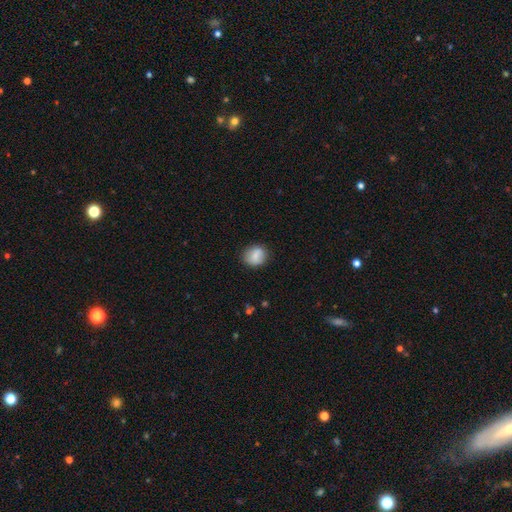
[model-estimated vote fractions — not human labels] smooth_or_featured: smooth (p=0.79) [alt: featured or disk p=0.13]
how_rounded: round (p=0.70) [alt: in between p=0.29]
merging: none (p=0.81) [alt: minor disturbance p=0.13]